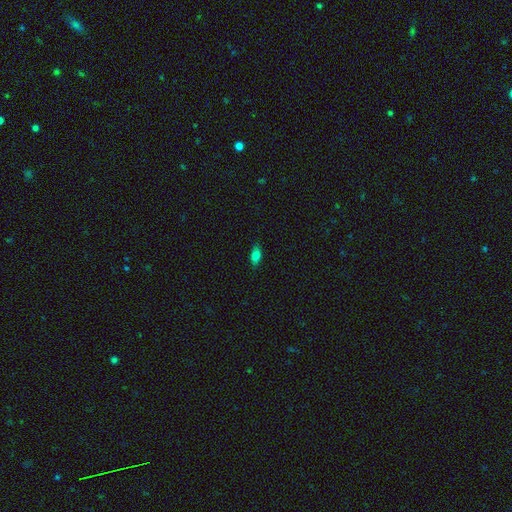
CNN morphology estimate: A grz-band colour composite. It shows a smooth galaxy with no disk features (73%) that is in between round and cigar-shaped (81%). Merging: none (86%).